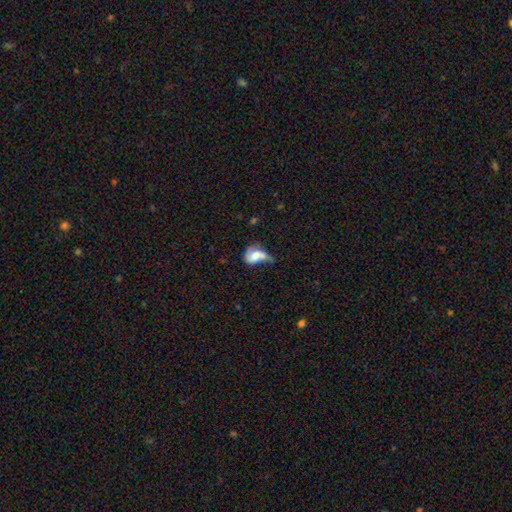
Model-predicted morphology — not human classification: Overall: smooth (52%; featured or disk 39%). How rounded: in between (74%). Merging: major disturbance (33%; minor disturbance 24%).